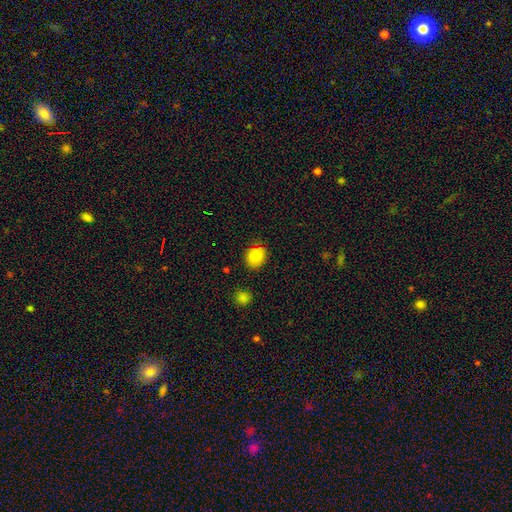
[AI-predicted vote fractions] Smooth or featured? smooth (82%)
How rounded? round (63%)
Merging? none (82%)